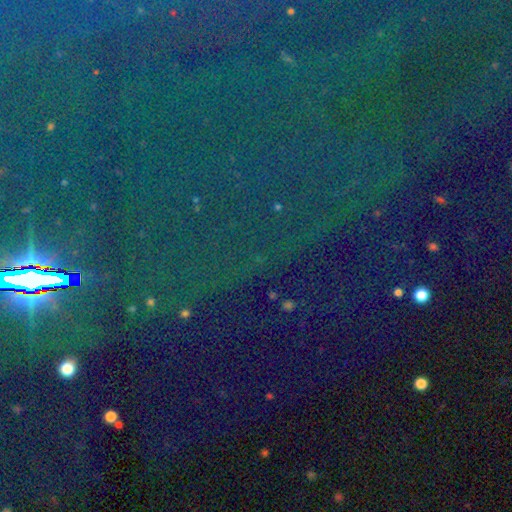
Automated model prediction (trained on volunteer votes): smooth_or_featured: star or artifact (p=0.86) [alt: smooth p=0.07]